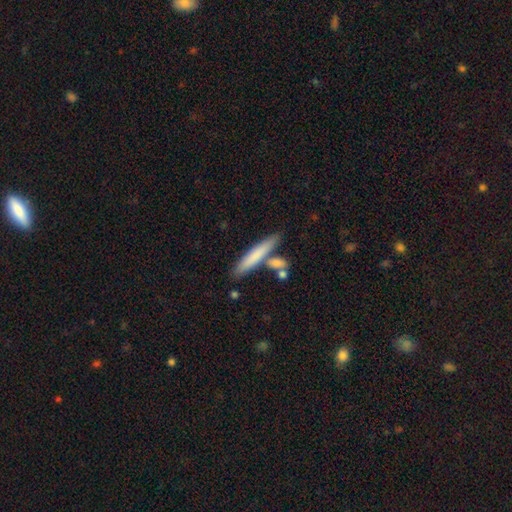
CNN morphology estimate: smooth-or-featured: smooth: 71% | featured or disk: 23% | star or artifact: 6%
  how-rounded: cigar-shaped: 90% | in between: 8% | round: 2%
  merging: none: 71% | merger: 14% | minor disturbance: 12% | major disturbance: 3%